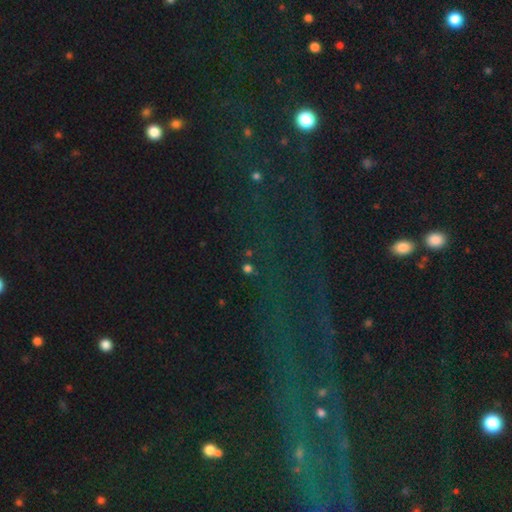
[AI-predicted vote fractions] Smooth or featured: star or artifact — 77% (smooth — 12%)